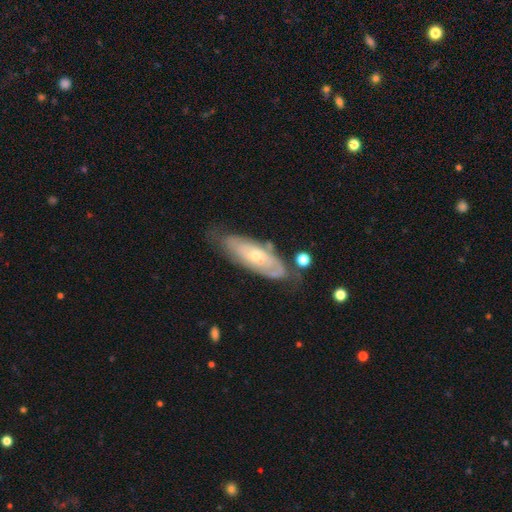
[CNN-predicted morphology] smooth-or-featured: featured or disk: 70% | smooth: 24% | star or artifact: 6%
  disk-edge-on: no: 82% | yes: 18%
    bar: no: 80% | weak: 16% | strong: 4%
    has-spiral-arms: yes: 72% | no: 28%
    bulge-size: small: 62% | moderate: 34% | large: 1% | none: 1% | dominant: 1%
  merging: none: 66% | minor disturbance: 22% | major disturbance: 8% | merger: 4%